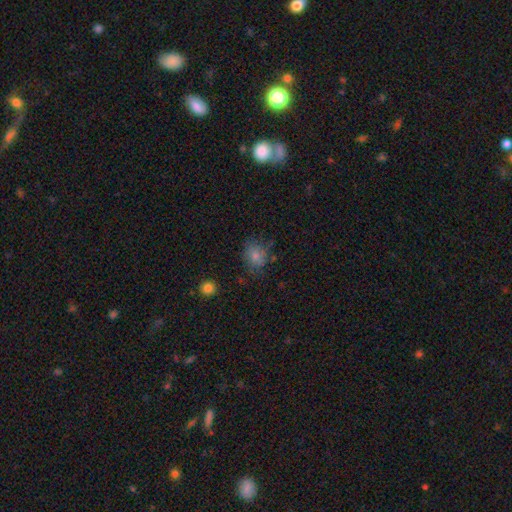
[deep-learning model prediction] Smooth or featured? Predicted: smooth (p=0.76). How rounded? Predicted: round (p=0.59). Merging? Predicted: none (p=0.65).